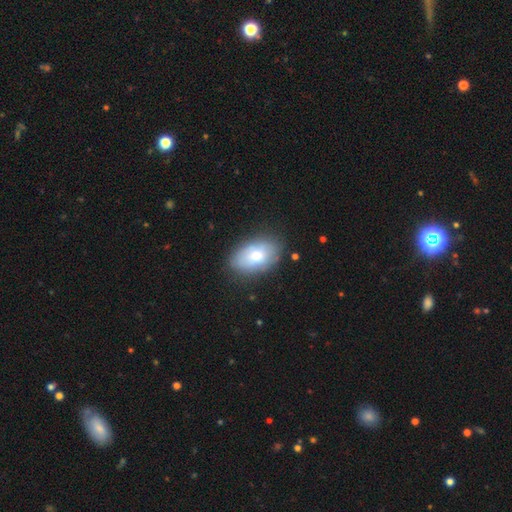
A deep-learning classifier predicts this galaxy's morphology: smooth 72%, featured or disk 21%, star or artifact 7%. Down the decision tree: how rounded — in between (91%); merging — none (79%).